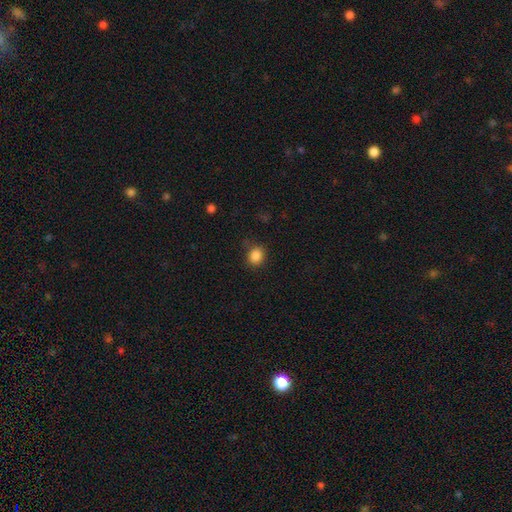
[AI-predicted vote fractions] This appears to be a smooth galaxy with no disk features (86%) that is round (55%). Merging: none (81%).